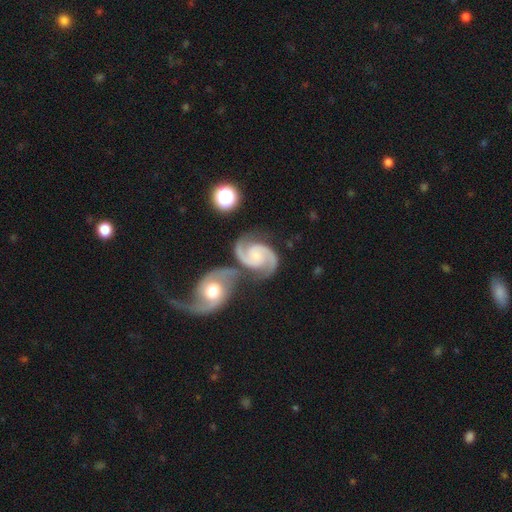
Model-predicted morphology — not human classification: This is clearly a featured or disk galaxy (92%). It is clearly not viewed edge-on (98%). Bar: possibly no (59%). Spiral arm pattern: clearly yes (98%). Spiral arm count: clearly 2 (94%). Spiral winding: likely medium (62%). Central bulge: possibly small (53%). Merging: possibly none (54%).